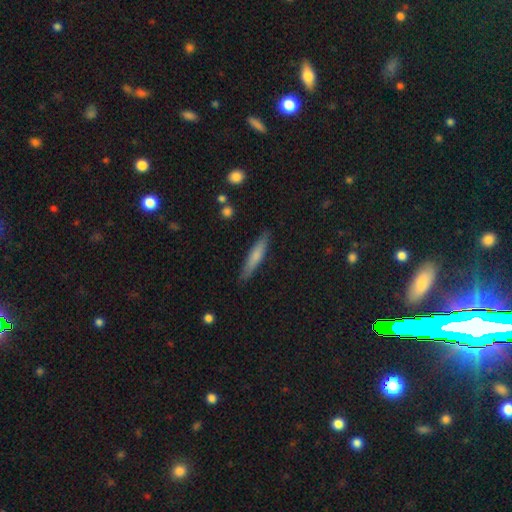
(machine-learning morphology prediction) The model was most divided on "smooth or featured": smooth: 67%, featured or disk: 27%, star or artifact: 6%. More confident: how rounded — cigar-shaped (88%); merging — none (87%).